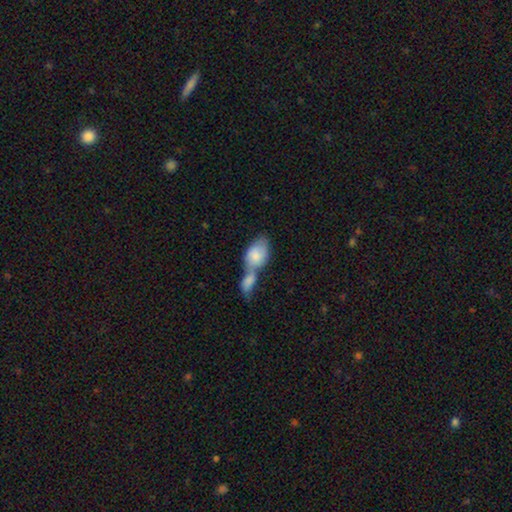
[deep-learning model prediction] Q: Smooth or featured?
A: smooth (77%); runner-up: featured or disk (18%)
Q: How rounded?
A: in between (89%); runner-up: round (8%)
Q: Merging?
A: merger (74%); runner-up: none (14%)